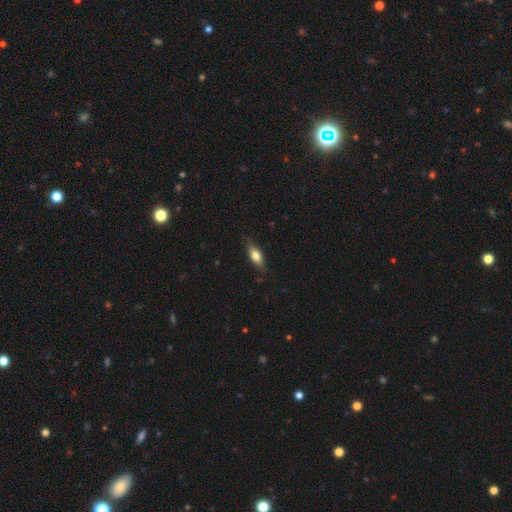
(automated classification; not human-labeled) This appears to be a smooth galaxy with no disk features (64%) that is in between round and cigar-shaped (66%). Merging: none (81%).